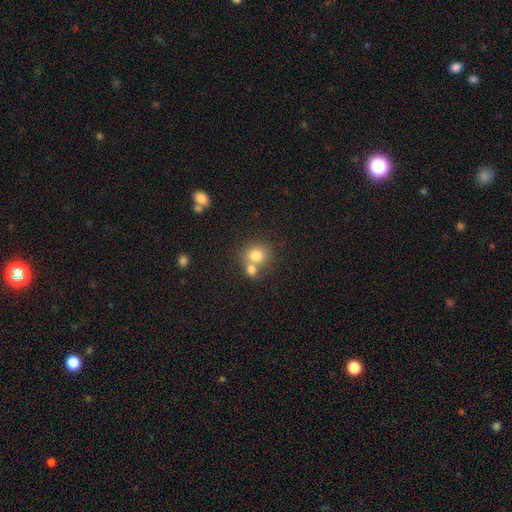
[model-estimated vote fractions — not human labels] smooth_or_featured: smooth (p=0.77) [alt: featured or disk p=0.12]
how_rounded: round (p=0.71) [alt: in between p=0.28]
merging: merger (p=0.46) [alt: none p=0.43]